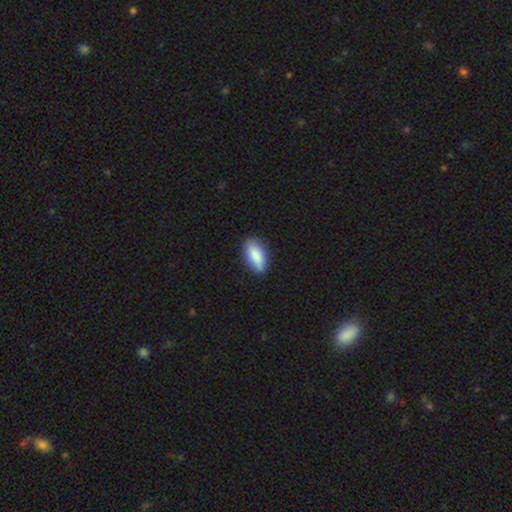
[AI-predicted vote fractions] Smooth or featured?
  - smooth: 84% *
  - featured or disk: 9%
  - star or artifact: 6%
How rounded?
  - in between: 82% *
  - cigar-shaped: 15%
  - round: 3%
Merging?
  - none: 82% *
  - minor disturbance: 14%
  - major disturbance: 3%
  - merger: 1%